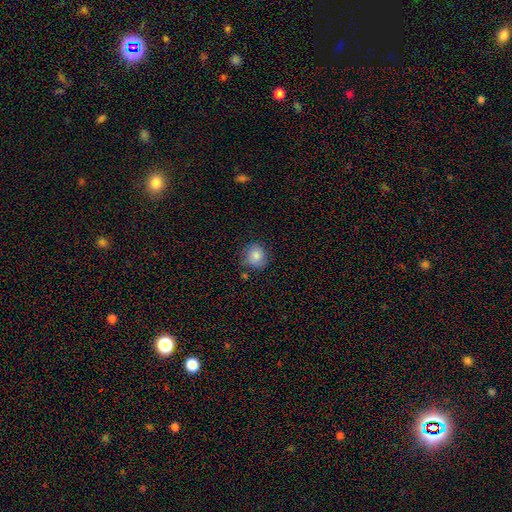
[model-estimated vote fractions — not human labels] This appears to be a smooth galaxy with no disk features (82%) that is round (83%). Merging: none (74%).